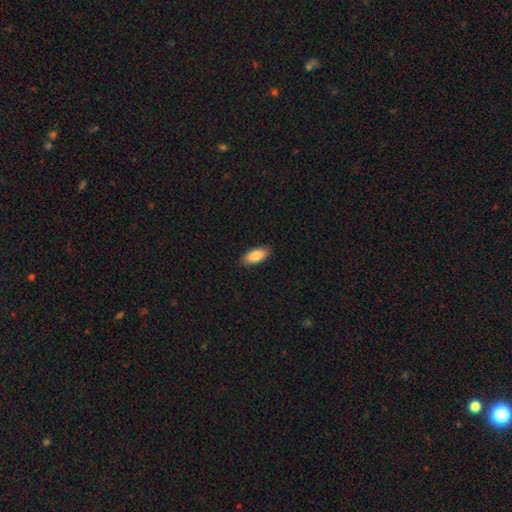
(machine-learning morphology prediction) Smooth or featured? Predicted: smooth (p=0.86). How rounded? Predicted: in between (p=0.89). Merging? Predicted: none (p=0.88).